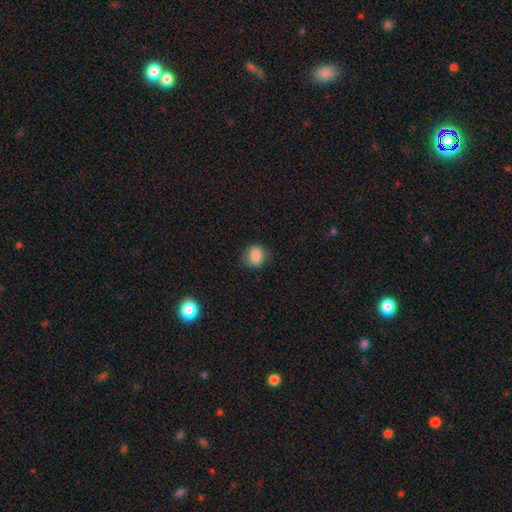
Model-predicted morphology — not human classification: Smooth or featured: smooth — 85% (star or artifact — 10%)
How rounded: round — 67% (in between — 32%)
Merging: none — 79% (minor disturbance — 16%)